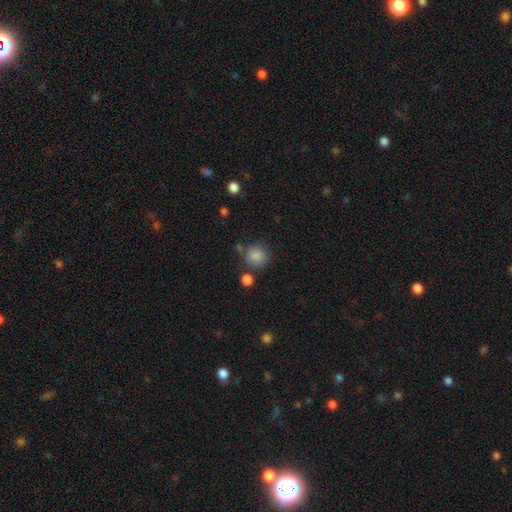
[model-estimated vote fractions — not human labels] A smooth galaxy with no disk features (85%) that is round (89%).

Vote fractions:
- Smooth or featured? smooth: 85% / star or artifact: 10% / featured or disk: 5%
- How rounded? round: 89% / in between: 10% / cigar-shaped: 1%
- Merging? none: 73% / minor disturbance: 13% / merger: 10% / major disturbance: 4%